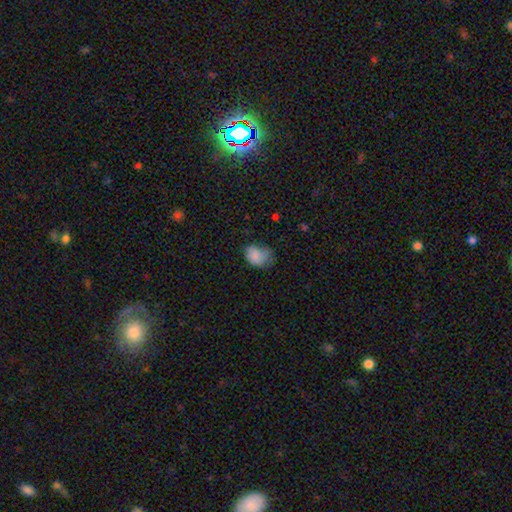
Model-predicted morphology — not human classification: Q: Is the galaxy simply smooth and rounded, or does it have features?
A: smooth — 81%.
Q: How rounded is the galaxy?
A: in between — 70%.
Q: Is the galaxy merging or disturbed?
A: none — 41%.